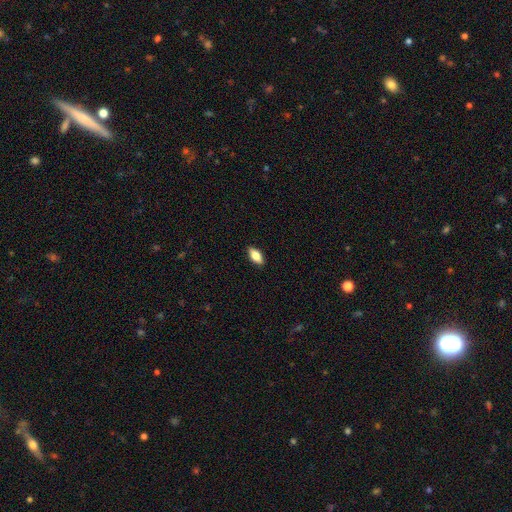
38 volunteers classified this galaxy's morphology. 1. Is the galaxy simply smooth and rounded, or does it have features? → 79% smooth, 16% featured or disk, 5% star or artifact.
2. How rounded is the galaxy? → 83% in between, 10% cigar-shaped, 7% round.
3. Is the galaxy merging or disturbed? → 97% none, 3% minor disturbance, 0% major disturbance, 0% merger.